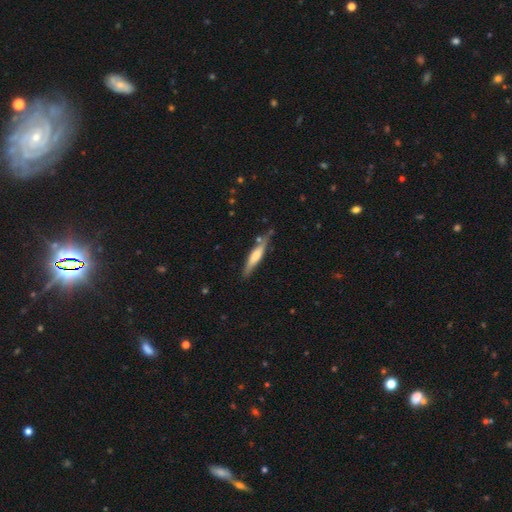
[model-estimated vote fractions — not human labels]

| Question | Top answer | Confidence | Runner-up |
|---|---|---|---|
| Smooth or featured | smooth | 49% | featured or disk (46%) |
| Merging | none | 79% | minor disturbance (15%) |